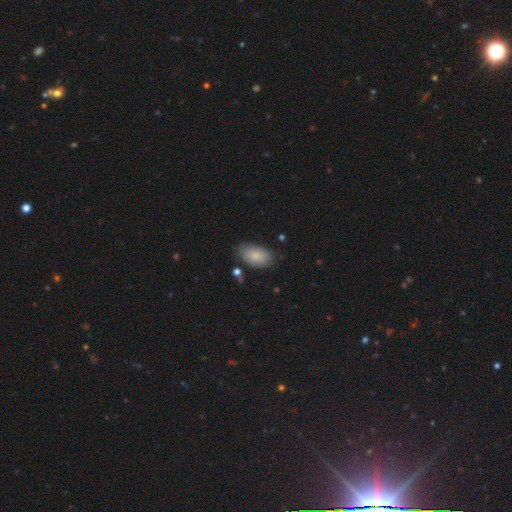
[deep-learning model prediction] Smooth or featured: smooth — 84% (featured or disk — 9%)
How rounded: in between — 94% (round — 4%)
Merging: none — 77% (minor disturbance — 17%)